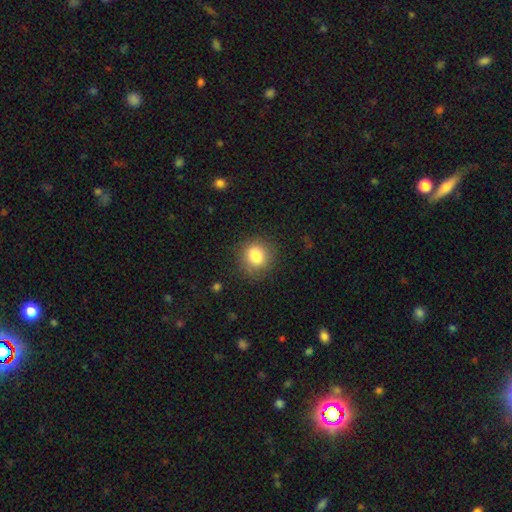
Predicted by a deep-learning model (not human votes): This is clearly a smooth galaxy (82%). How rounded: clearly round (84%). Merging: clearly none (85%).